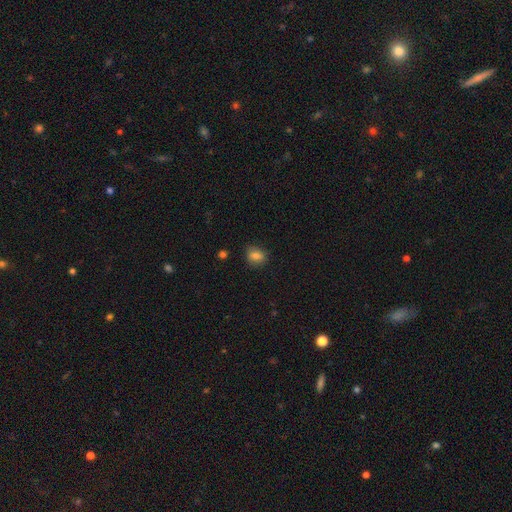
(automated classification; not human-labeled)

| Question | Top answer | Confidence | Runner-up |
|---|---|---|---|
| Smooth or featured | smooth | 82% | star or artifact (11%) |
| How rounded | round | 55% | in between (44%) |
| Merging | none | 78% | minor disturbance (17%) |